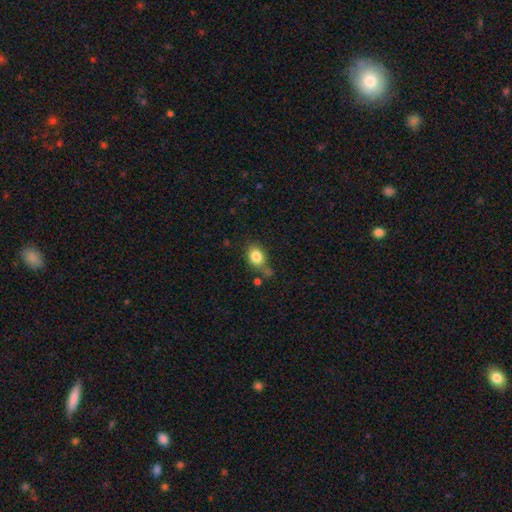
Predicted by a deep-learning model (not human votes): Smooth or featured? smooth (83%)
How rounded? in between (62%)
Merging? none (56%)